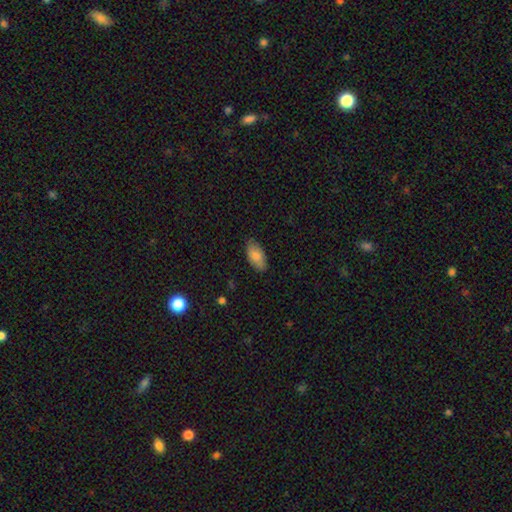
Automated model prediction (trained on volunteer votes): Smooth or featured? smooth (80%)
How rounded? in between (93%)
Merging? none (84%)